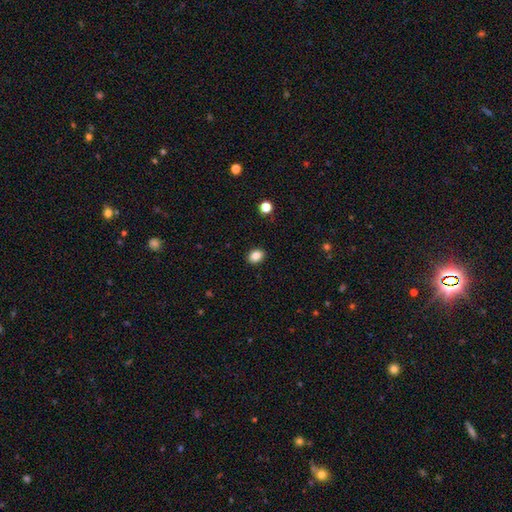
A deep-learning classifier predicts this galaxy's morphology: Smooth or featured? Predicted: smooth (p=0.86). How rounded? Predicted: in between (p=0.63). Merging? Predicted: none (p=0.90).